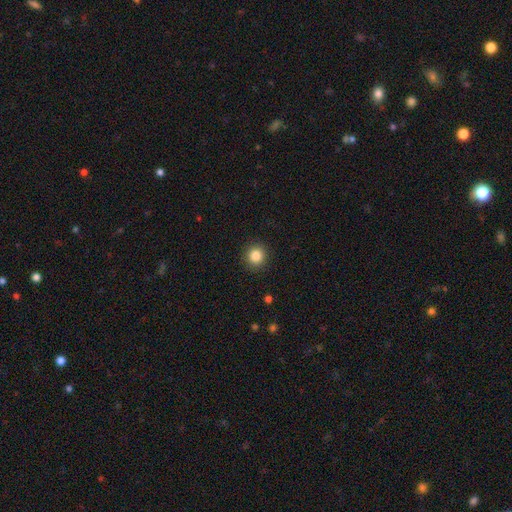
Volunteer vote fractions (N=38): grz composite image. It shows a smooth galaxy with no disk features (84%) that is round (97%). Merging: none (94%).